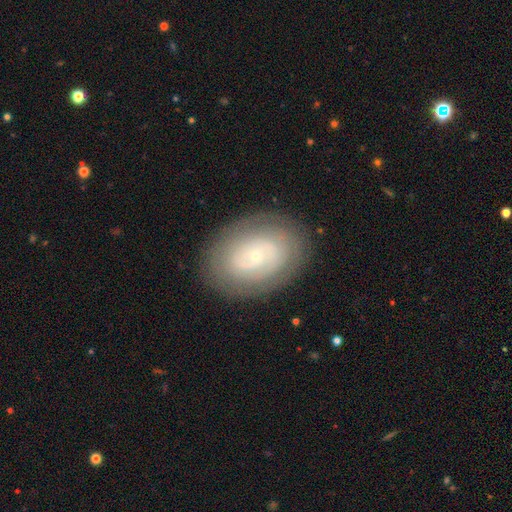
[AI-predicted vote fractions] Smooth or featured? Predicted: featured or disk (p=0.62). Edge-on disk? Predicted: no (p=0.96). Bar? Predicted: no (p=0.78). Spiral arms? Predicted: yes (p=0.68). Bulge size? Predicted: small (p=0.83). Merging? Predicted: none (p=0.83).